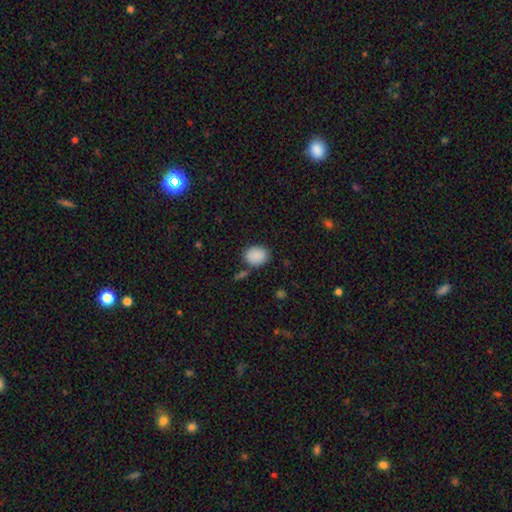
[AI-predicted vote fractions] Overall: smooth (88%). How rounded: in between (53%; round 46%). Merging: none (75%).